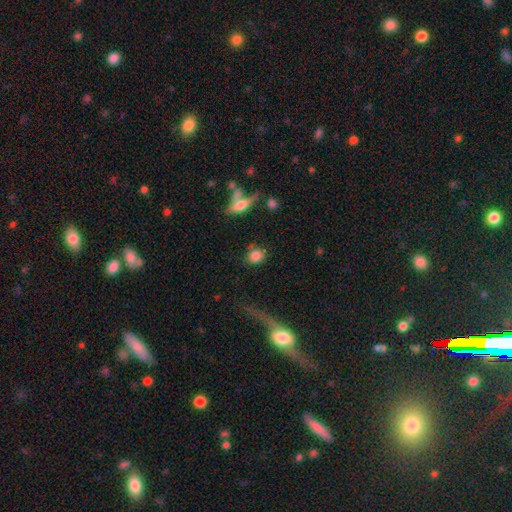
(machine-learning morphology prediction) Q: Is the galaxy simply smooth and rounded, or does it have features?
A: smooth — 82%.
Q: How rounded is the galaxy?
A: round — 57%.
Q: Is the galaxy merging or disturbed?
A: none — 71%.